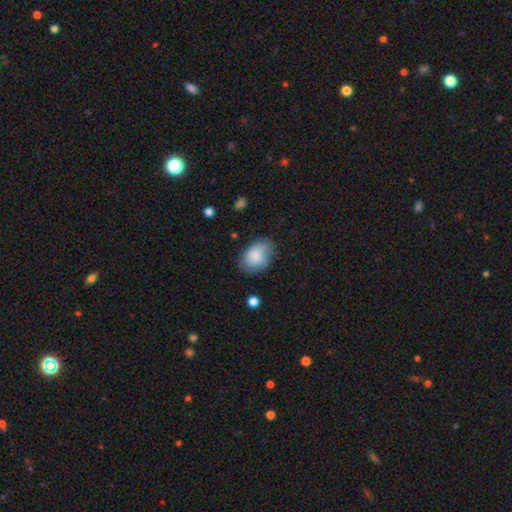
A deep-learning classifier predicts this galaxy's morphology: A smooth galaxy with no disk features (82%) that is in between round and cigar-shaped (81%).

Vote fractions:
- Smooth or featured? smooth: 82% / featured or disk: 11% / star or artifact: 7%
- How rounded? in between: 81% / round: 18% / cigar-shaped: 1%
- Merging? none: 62% / minor disturbance: 28% / major disturbance: 8% / merger: 2%